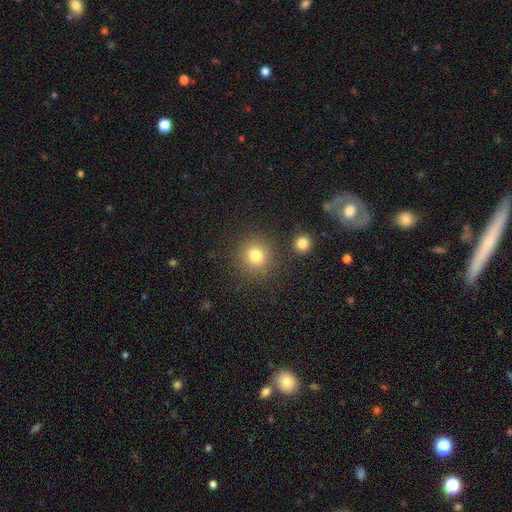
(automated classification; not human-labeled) Q: Smooth or featured?
A: smooth (80%); runner-up: star or artifact (13%)
Q: How rounded?
A: round (90%); runner-up: in between (9%)
Q: Merging?
A: none (83%); runner-up: minor disturbance (8%)